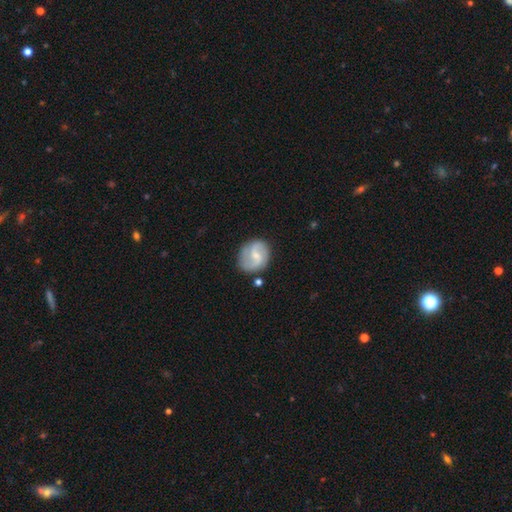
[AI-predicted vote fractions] Smooth or featured: featured or disk — 70% (smooth — 24%)
Edge-on disk: no — 98% (yes — 2%)
Bar: weak — 54% (no — 34%)
Spiral arms: yes — 92% (no — 8%)
Spiral winding: medium — 44% (loose — 39%)
Spiral arm count: 2 — 85% (can't tell — 7%)
Bulge size: small — 52% (moderate — 36%)
Merging: none — 73% (minor disturbance — 17%)